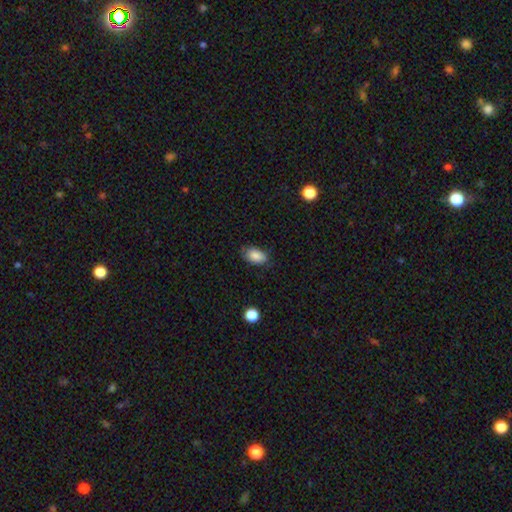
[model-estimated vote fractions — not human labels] smooth-or-featured: smooth: 86% | star or artifact: 8% | featured or disk: 6%
  how-rounded: in between: 91% | round: 7% | cigar-shaped: 2%
  merging: none: 75% | minor disturbance: 20% | major disturbance: 4% | merger: 1%